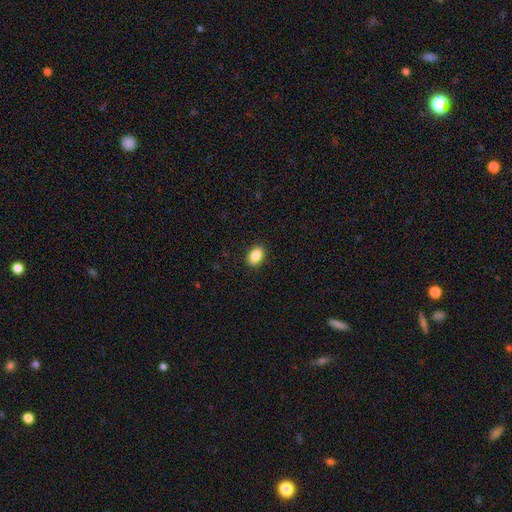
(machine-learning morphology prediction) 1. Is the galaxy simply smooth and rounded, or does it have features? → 88% smooth, 8% star or artifact, 4% featured or disk.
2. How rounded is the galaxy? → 84% in between, 15% round, 1% cigar-shaped.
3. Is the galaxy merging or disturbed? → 89% none, 8% minor disturbance, 2% major disturbance, 1% merger.